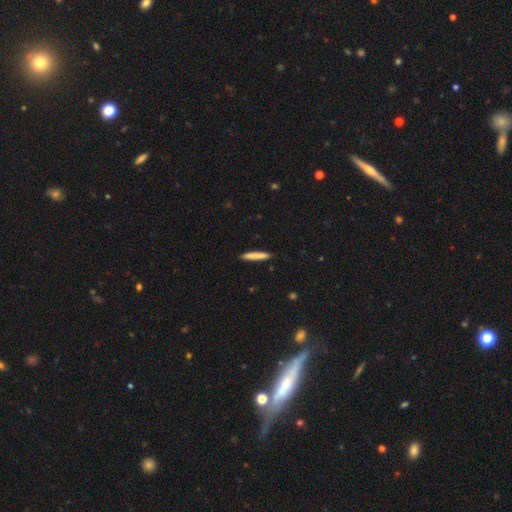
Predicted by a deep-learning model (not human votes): Overall: smooth (81%). How rounded: cigar-shaped (94%). Merging: none (91%).